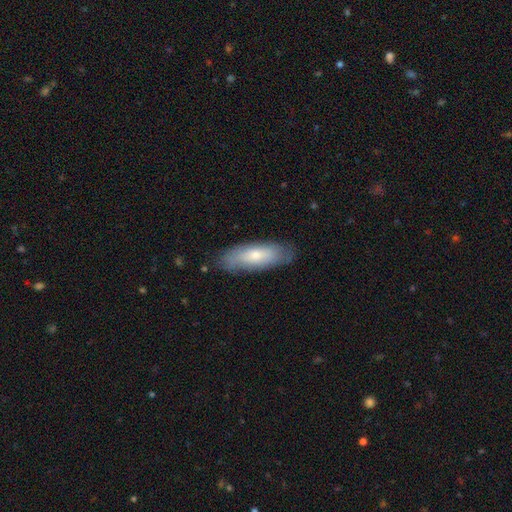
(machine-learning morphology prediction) Overall: smooth (65%; featured or disk 29%). How rounded: in between (62%; cigar-shaped 37%). Merging: none (81%).